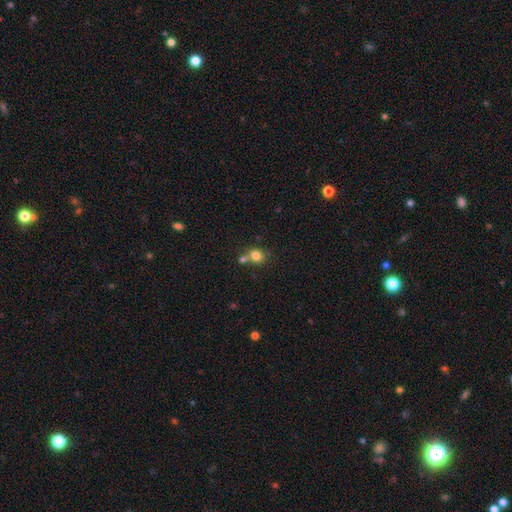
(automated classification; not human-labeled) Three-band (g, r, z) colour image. It shows a smooth galaxy with no disk features (79%) that is round (81%). Merging: none (52%).